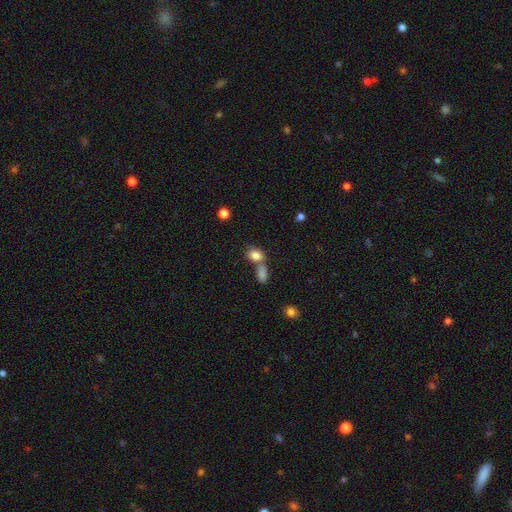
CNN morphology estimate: A smooth galaxy with no disk features (83%) that is in between round and cigar-shaped (72%). Merging: merger (47%).